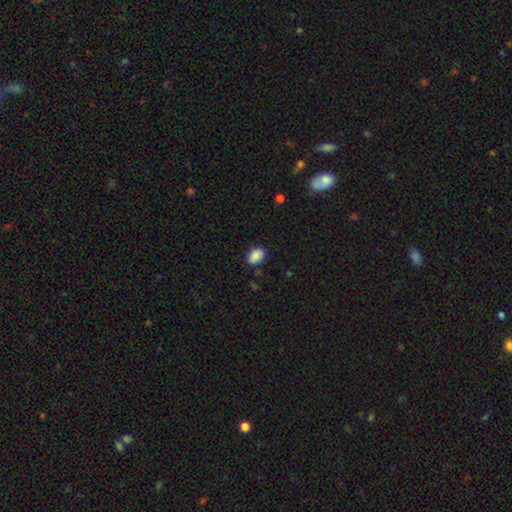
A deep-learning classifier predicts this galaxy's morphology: This appears to be a smooth galaxy with no disk features (88%) that is in between round and cigar-shaped (82%). Merging: none (83%).